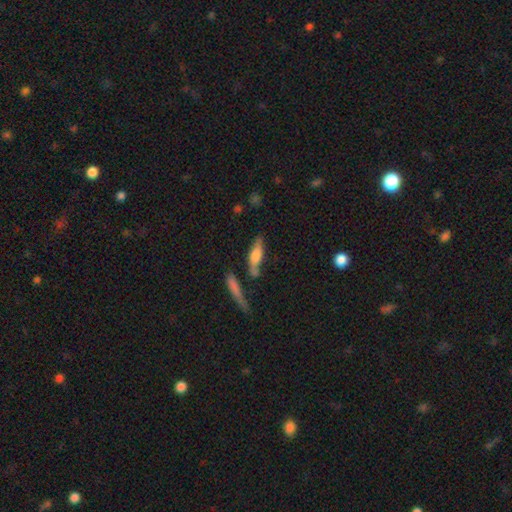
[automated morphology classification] The model was most divided on "how rounded": cigar-shaped: 58%, in between: 39%, round: 3%. More confident: smooth or featured — smooth (59%); merging — none (58%).